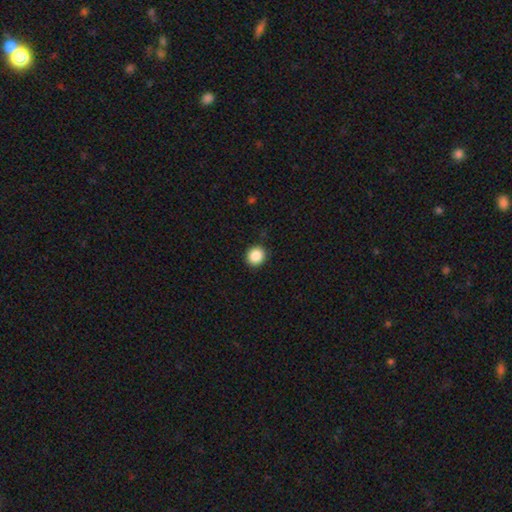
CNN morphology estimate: Smooth or featured?
  - smooth: 88% *
  - star or artifact: 9%
  - featured or disk: 3%
How rounded?
  - round: 89% *
  - in between: 10%
  - cigar-shaped: 1%
Merging?
  - none: 91% *
  - minor disturbance: 6%
  - major disturbance: 2%
  - merger: 1%